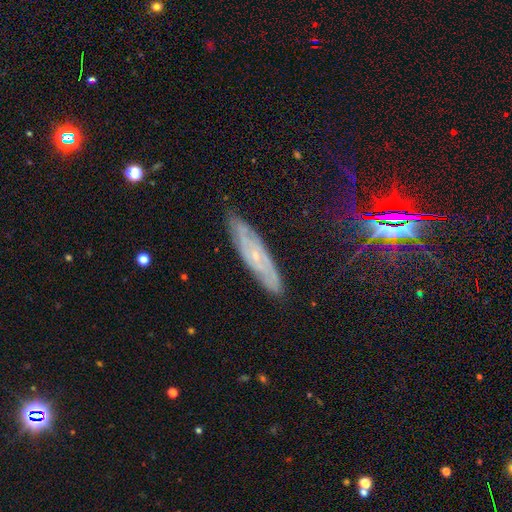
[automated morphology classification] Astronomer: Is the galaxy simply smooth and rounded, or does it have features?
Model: featured or disk — 73%.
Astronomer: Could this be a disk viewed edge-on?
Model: no — 68%.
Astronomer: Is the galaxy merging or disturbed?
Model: none — 81%.